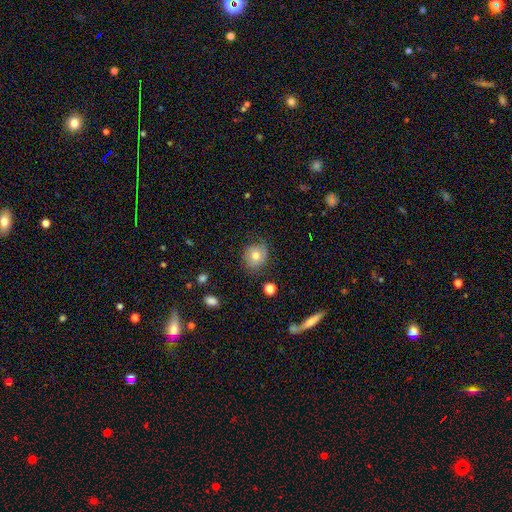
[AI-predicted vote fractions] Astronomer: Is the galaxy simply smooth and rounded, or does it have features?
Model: smooth — 70%.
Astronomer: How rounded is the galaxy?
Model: round — 77%.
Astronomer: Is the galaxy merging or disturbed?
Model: none — 71%.